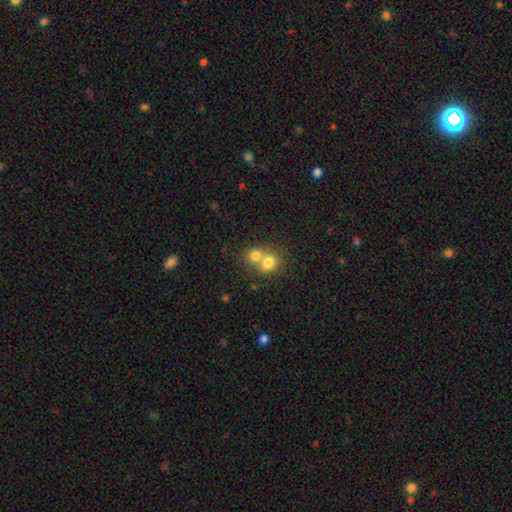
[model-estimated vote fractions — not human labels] Smooth or featured?
  - smooth: 75% *
  - featured or disk: 14%
  - star or artifact: 11%
How rounded?
  - round: 75% *
  - in between: 24%
  - cigar-shaped: 1%
Merging?
  - merger: 65% *
  - none: 28%
  - minor disturbance: 5%
  - major disturbance: 2%